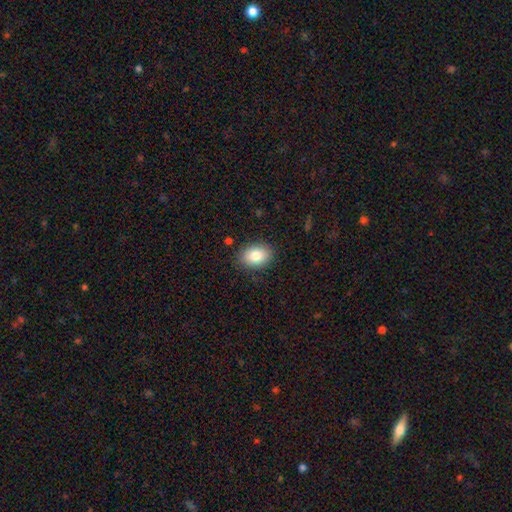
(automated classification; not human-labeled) Smooth or featured? Predicted: smooth (p=0.84). How rounded? Predicted: in between (p=0.78). Merging? Predicted: none (p=0.86).